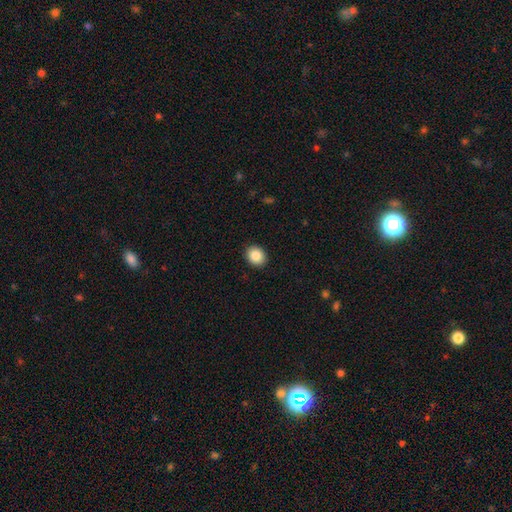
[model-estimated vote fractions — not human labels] This appears to be a smooth galaxy with no disk features (87%) that is round (60%). Merging: none (91%).